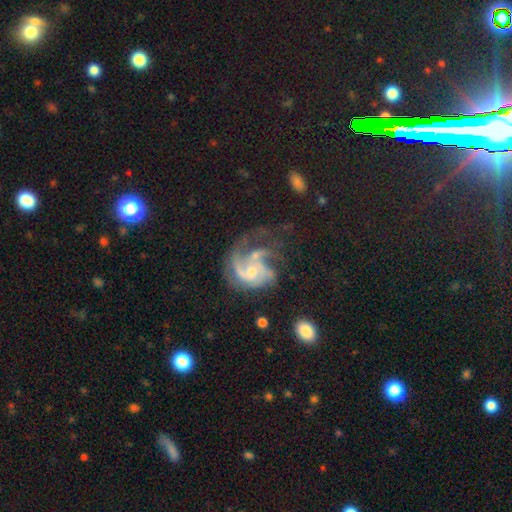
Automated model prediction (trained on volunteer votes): This is clearly a featured or disk galaxy (84%). It is clearly not viewed edge-on (98%). Bar: likely no (67%). Spiral arm pattern: clearly yes (93%). Spiral arm count: marginally 3 (33%). Spiral winding: possibly medium (46%). Central bulge: possibly small (48%). Merging: marginally major disturbance (38%).